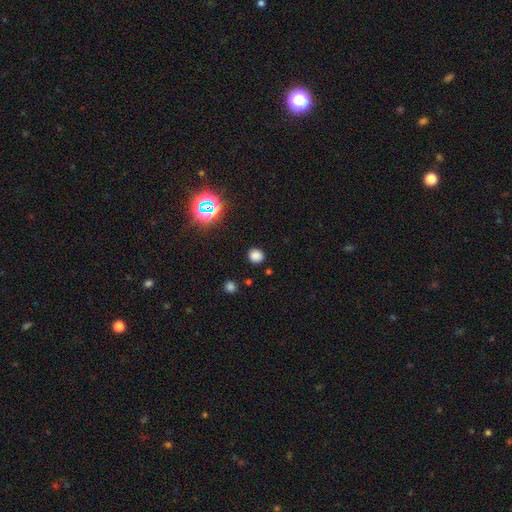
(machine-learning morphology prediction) A smooth galaxy with no disk features (77%) that is round (83%). Merging: none (89%).